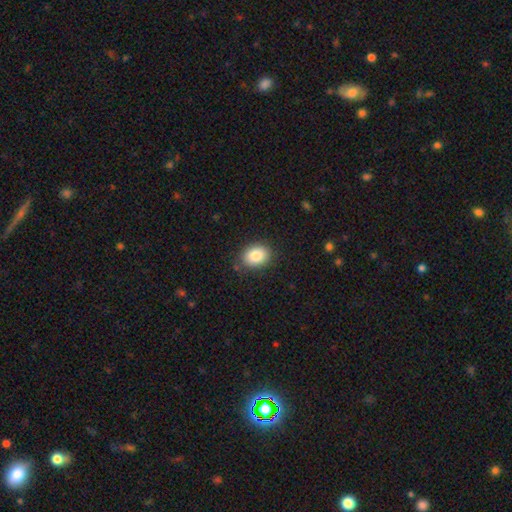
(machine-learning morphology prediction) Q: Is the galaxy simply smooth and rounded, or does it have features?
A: smooth — 85%.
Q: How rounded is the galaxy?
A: in between — 67%.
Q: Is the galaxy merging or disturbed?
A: none — 84%.